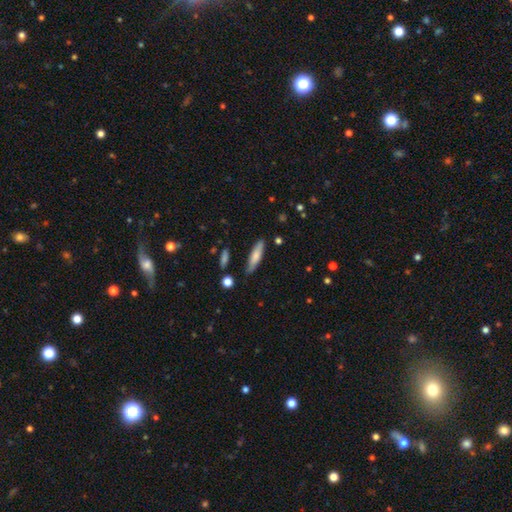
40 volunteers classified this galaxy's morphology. smooth-or-featured: smooth: 70% | featured or disk: 20% | star or artifact: 10%
  how-rounded: cigar-shaped: 89% | in between: 11% | round: 0%
  merging: none: 83% | minor disturbance: 14% | major disturbance: 3% | merger: 0%